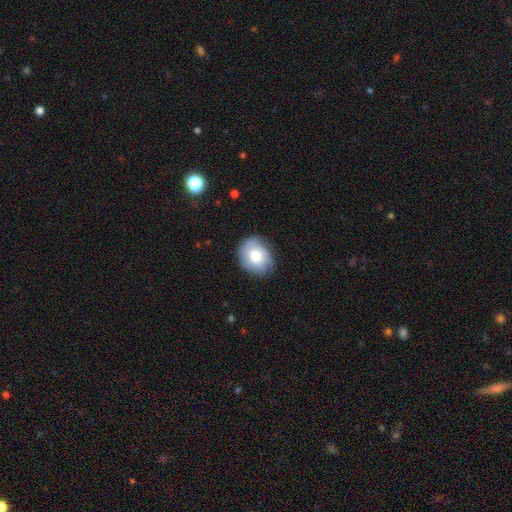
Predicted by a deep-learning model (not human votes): Overall: smooth (68%). How rounded: round (55%; in between 44%). Merging: none (75%).